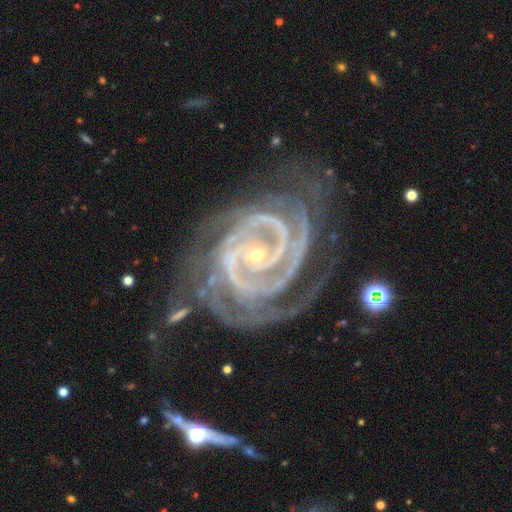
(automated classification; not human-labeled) This appears to be a featured or disk galaxy (93%) with no bar (45%), 2 (33%) tight (78%) spiral arms (99%) and a small central bulge (81%). Merging: none (58%).